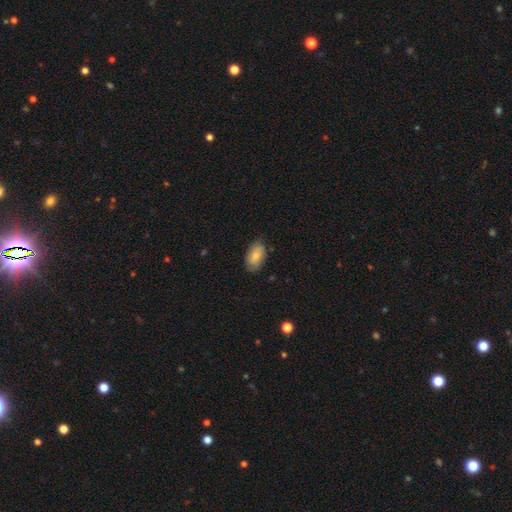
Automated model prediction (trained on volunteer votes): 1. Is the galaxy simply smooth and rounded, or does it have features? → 78% smooth, 15% featured or disk, 6% star or artifact.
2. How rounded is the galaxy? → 94% in between, 5% round, 2% cigar-shaped.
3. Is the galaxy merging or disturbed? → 79% none, 17% minor disturbance, 3% major disturbance, 1% merger.